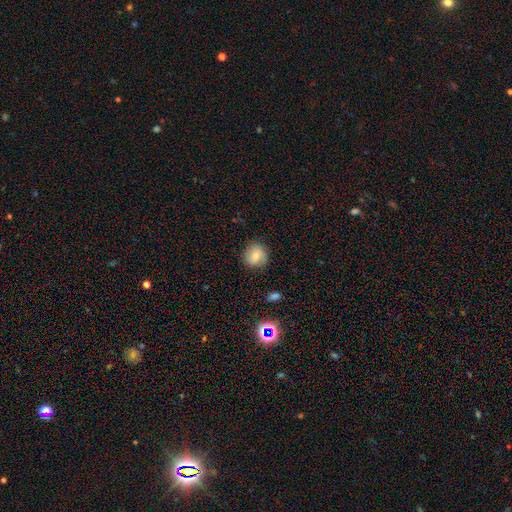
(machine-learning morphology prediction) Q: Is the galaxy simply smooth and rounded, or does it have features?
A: smooth — 72%.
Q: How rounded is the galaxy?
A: round — 86%.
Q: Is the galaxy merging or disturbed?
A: none — 80%.